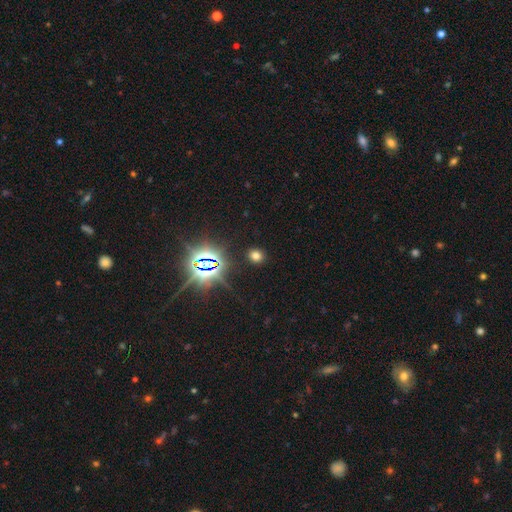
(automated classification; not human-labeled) This appears to be a smooth galaxy with no disk features (64%) that is round (74%). Merging: none (89%).